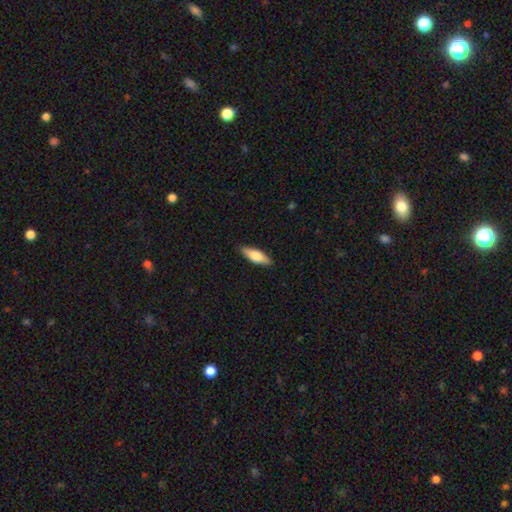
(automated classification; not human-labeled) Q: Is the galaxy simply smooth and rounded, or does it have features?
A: smooth — 69%.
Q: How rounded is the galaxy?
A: in between — 56%.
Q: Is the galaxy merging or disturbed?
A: none — 89%.